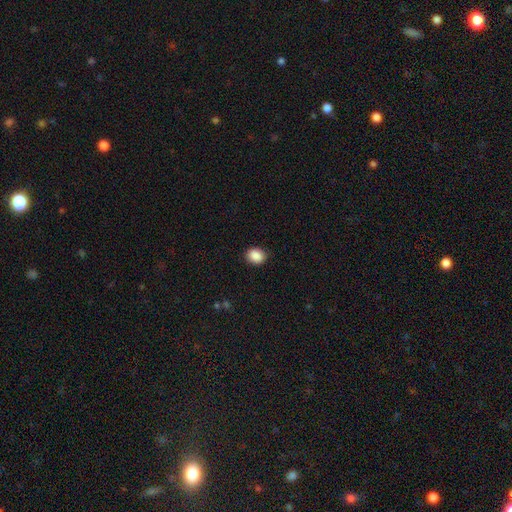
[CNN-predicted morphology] This appears to be a smooth galaxy with no disk features (89%) that is round (56%). Merging: none (87%).